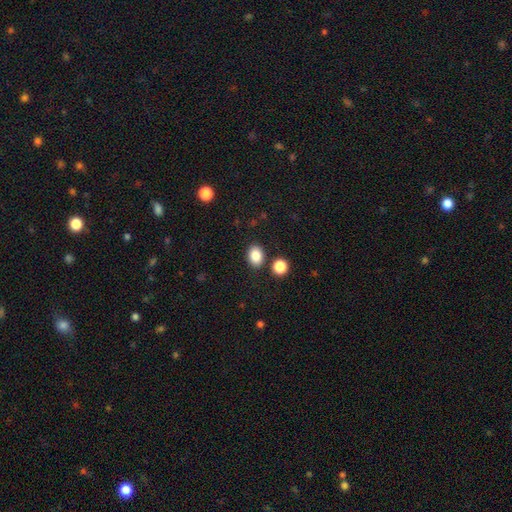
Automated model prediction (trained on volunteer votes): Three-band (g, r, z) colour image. It shows a smooth galaxy with no disk features (86%) that is in between round and cigar-shaped (69%). Merging: none (84%).